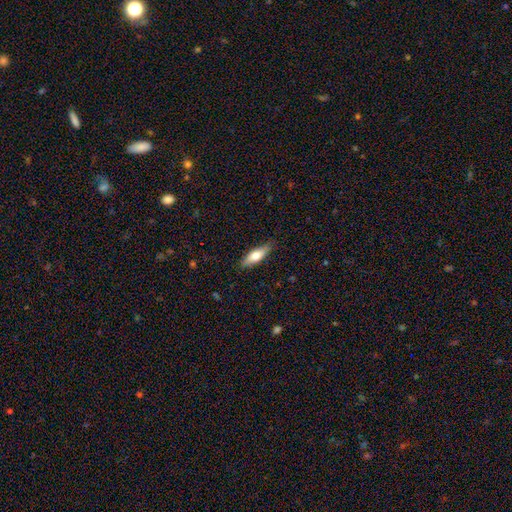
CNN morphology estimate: A smooth galaxy with no disk features (66%) that is in between round and cigar-shaped (49%, tied with cigar-shaped). Merging: none (85%).